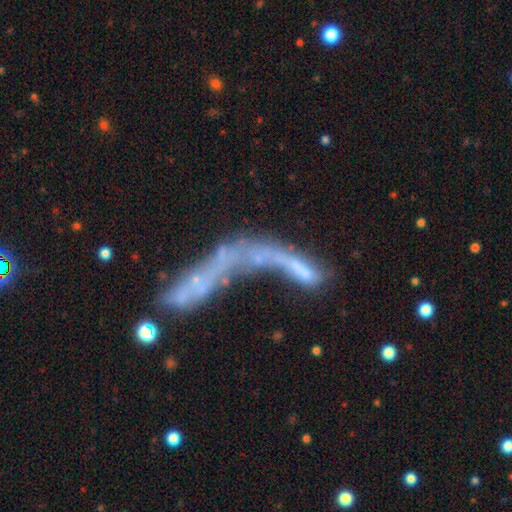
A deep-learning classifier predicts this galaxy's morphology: A featured or disk galaxy (46%).

Vote fractions:
- Smooth or featured? featured or disk: 46% / smooth: 38% / star or artifact: 17%
- Merging? merger: 53% / major disturbance: 24% / none: 13% / minor disturbance: 9%